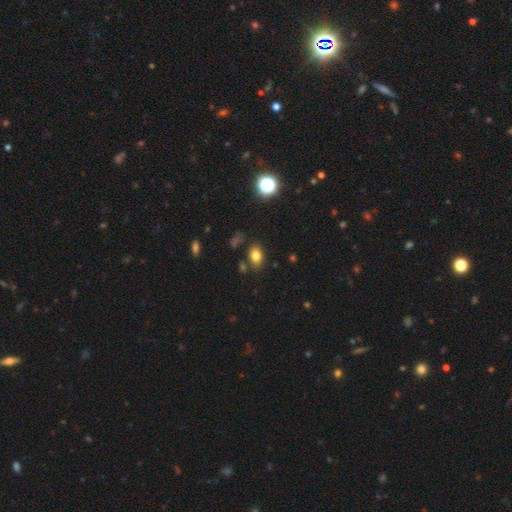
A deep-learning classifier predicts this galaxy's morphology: A smooth galaxy with no disk features (78%) that is in between round and cigar-shaped (77%).

Vote fractions:
- Smooth or featured? smooth: 78% / star or artifact: 14% / featured or disk: 9%
- How rounded? in between: 77% / round: 21% / cigar-shaped: 2%
- Merging? none: 80% / minor disturbance: 12% / merger: 5% / major disturbance: 3%